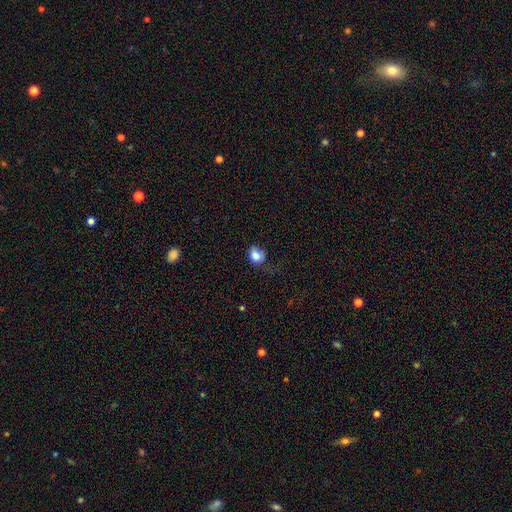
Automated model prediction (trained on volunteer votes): A smooth galaxy with no disk features (81%) that is in between round and cigar-shaped (50%). Merging: none (39%).